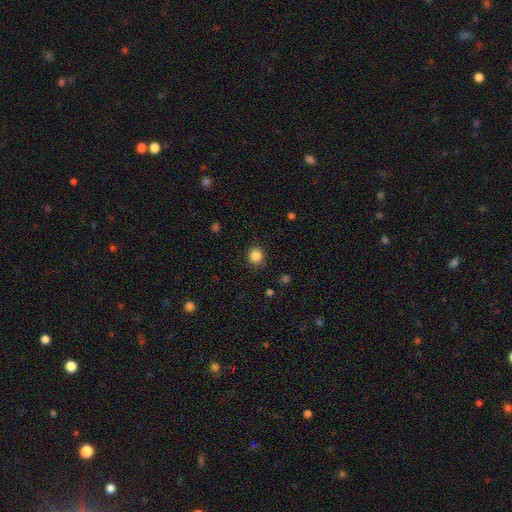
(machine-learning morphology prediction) type=smooth (86%); roundness=round (88%); merging=none (88%).